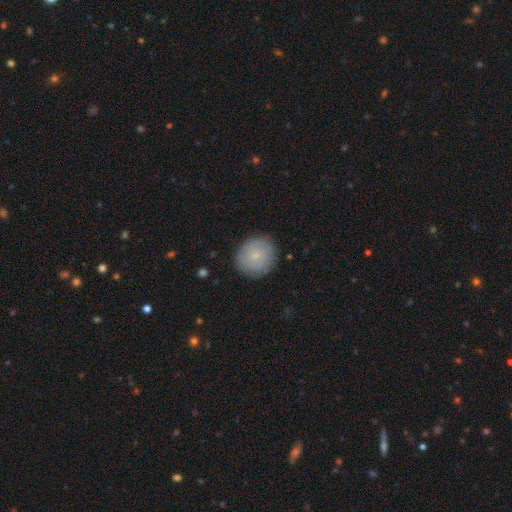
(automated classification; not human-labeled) Smooth or featured?
  - smooth: 68% *
  - featured or disk: 25%
  - star or artifact: 7%
How rounded?
  - round: 84% *
  - in between: 15%
  - cigar-shaped: 1%
Merging?
  - none: 86% *
  - minor disturbance: 10%
  - major disturbance: 3%
  - merger: 1%